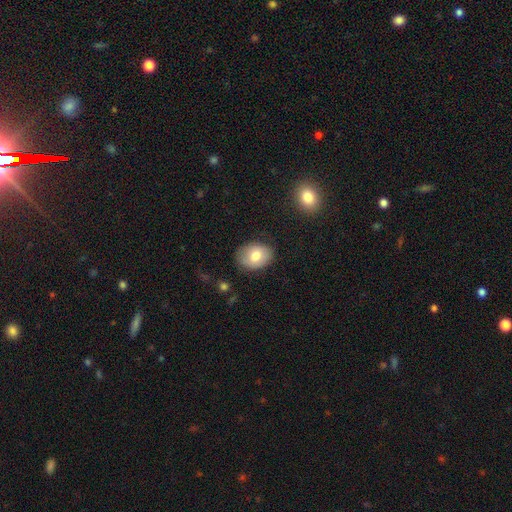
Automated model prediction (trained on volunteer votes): A smooth galaxy with no disk features (74%) that is in between round and cigar-shaped (67%).

Vote fractions:
- Smooth or featured? smooth: 74% / featured or disk: 18% / star or artifact: 8%
- How rounded? in between: 67% / round: 32% / cigar-shaped: 1%
- Merging? none: 81% / minor disturbance: 14% / major disturbance: 3% / merger: 1%